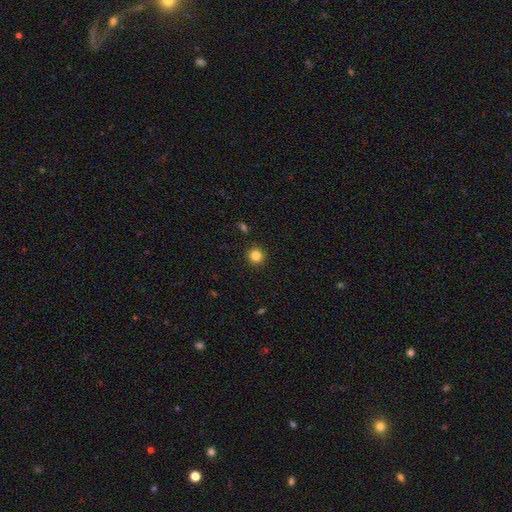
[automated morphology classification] This is clearly a smooth galaxy (83%). How rounded: clearly round (94%). Merging: clearly none (92%).